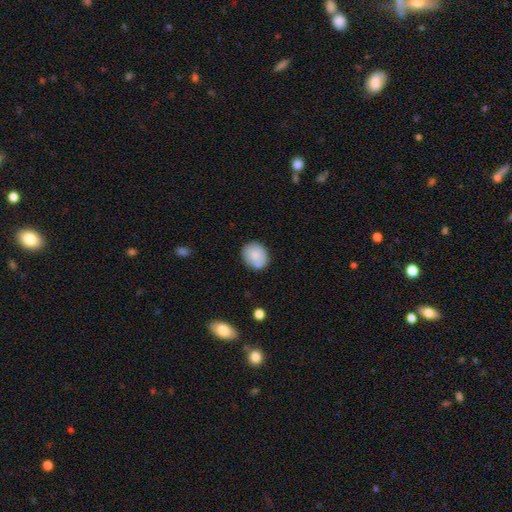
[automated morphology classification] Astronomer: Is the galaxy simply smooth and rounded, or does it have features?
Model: smooth — 82%.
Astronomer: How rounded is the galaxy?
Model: round — 61% (runner-up: in between, 38%).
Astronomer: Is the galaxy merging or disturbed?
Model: none — 73%.